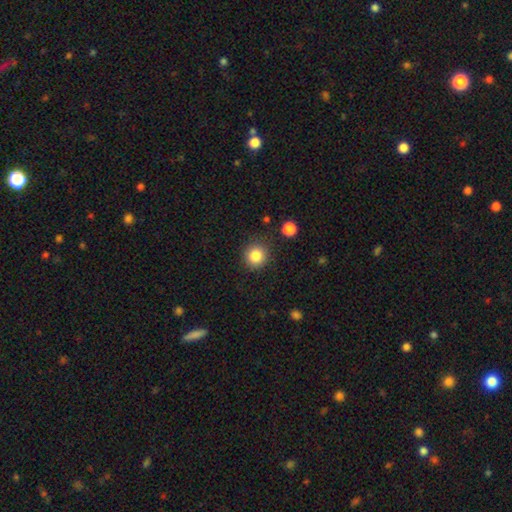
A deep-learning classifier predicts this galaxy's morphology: The model was most divided on "smooth or featured": smooth: 84%, star or artifact: 10%, featured or disk: 5%. More confident: how rounded — round (90%); merging — none (86%).